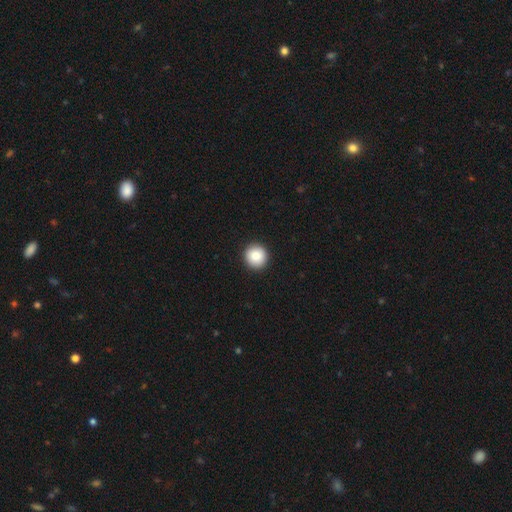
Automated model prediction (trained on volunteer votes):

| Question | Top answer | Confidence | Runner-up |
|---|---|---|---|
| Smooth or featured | smooth | 87% | star or artifact (8%) |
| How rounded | round | 94% | in between (5%) |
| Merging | none | 93% | minor disturbance (5%) |